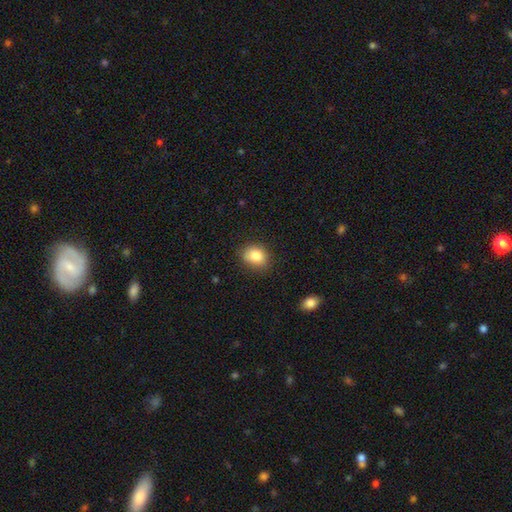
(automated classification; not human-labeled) Overall: smooth (84%). How rounded: round (51%; in between 48%). Merging: none (78%).